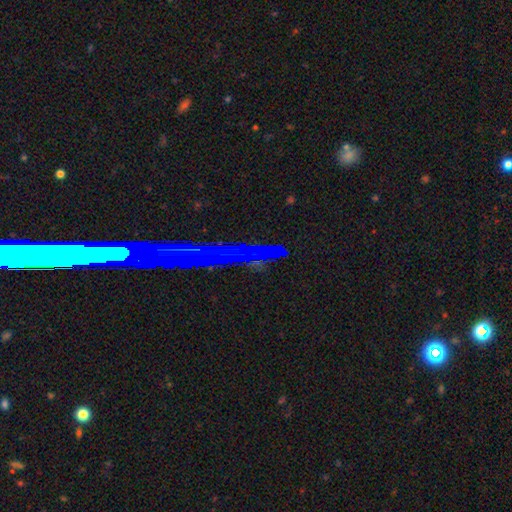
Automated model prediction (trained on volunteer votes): A star or artifact, not a galaxy (43%).